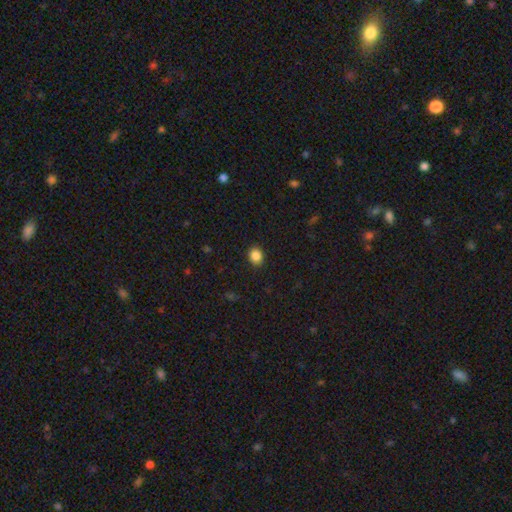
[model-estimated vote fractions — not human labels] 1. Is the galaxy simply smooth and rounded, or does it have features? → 87% smooth, 10% star or artifact, 3% featured or disk.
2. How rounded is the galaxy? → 64% round, 35% in between, 1% cigar-shaped.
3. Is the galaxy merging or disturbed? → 90% none, 7% minor disturbance, 2% major disturbance, 1% merger.